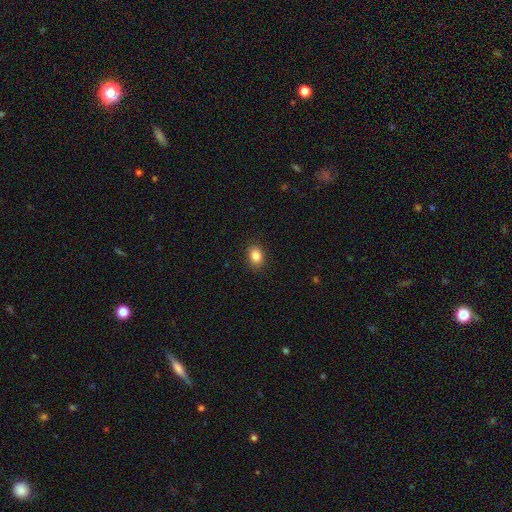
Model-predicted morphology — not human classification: This appears to be a smooth galaxy with no disk features (86%) that is in between round and cigar-shaped (67%). Merging: none (89%).